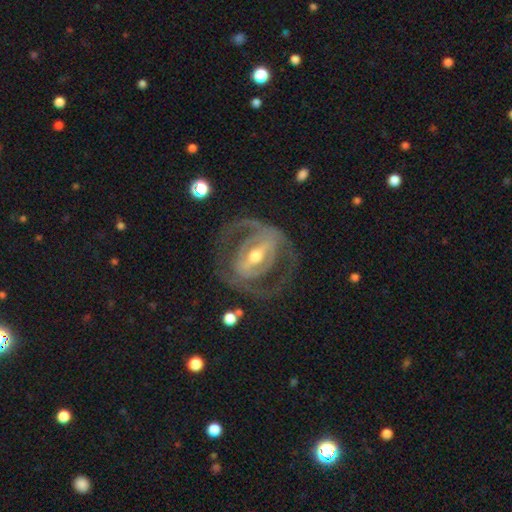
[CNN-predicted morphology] This appears to be a featured or disk galaxy (87%) with a strong bar (64%), 2 (76%) medium (44%) spiral arms (75%) and a moderate central bulge (68%). Merging: none (67%).